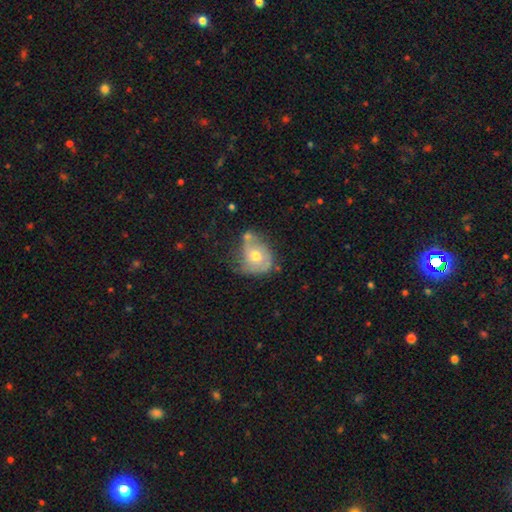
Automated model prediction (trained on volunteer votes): This appears to be a featured or disk galaxy (49%). Merging: none (36%).